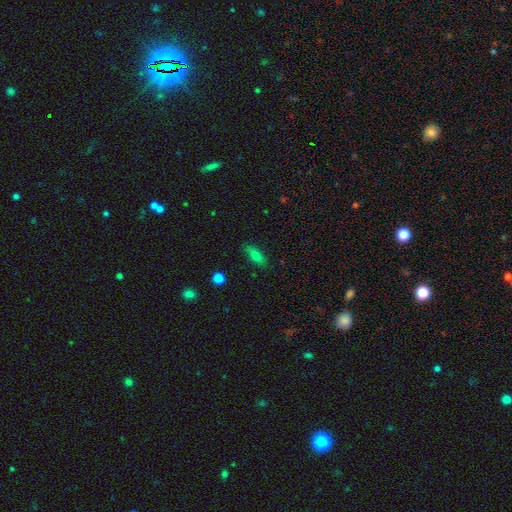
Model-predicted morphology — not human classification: The model was most divided on "how rounded": in between: 61%, cigar-shaped: 36%, round: 3%. More confident: merging — none (82%); smooth or featured — smooth (76%).